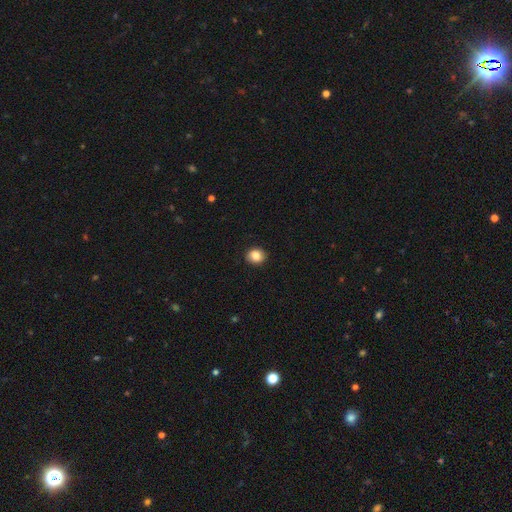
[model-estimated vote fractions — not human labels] smooth-or-featured: smooth: 85% | star or artifact: 9% | featured or disk: 6%
  how-rounded: round: 67% | in between: 32% | cigar-shaped: 1%
  merging: none: 91% | minor disturbance: 7% | major disturbance: 2% | merger: 1%